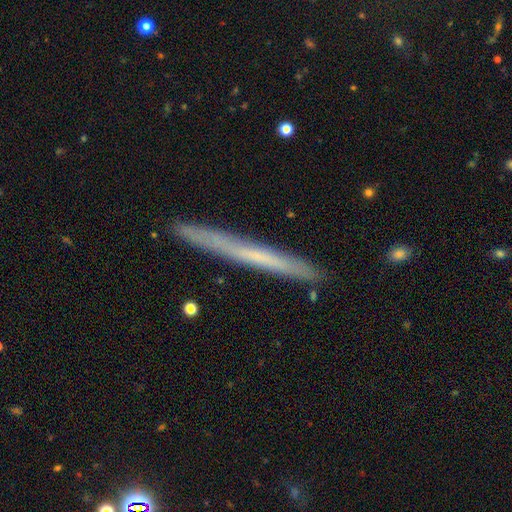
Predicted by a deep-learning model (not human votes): Smooth or featured? Predicted: featured or disk (p=0.49). Merging? Predicted: none (p=0.89).